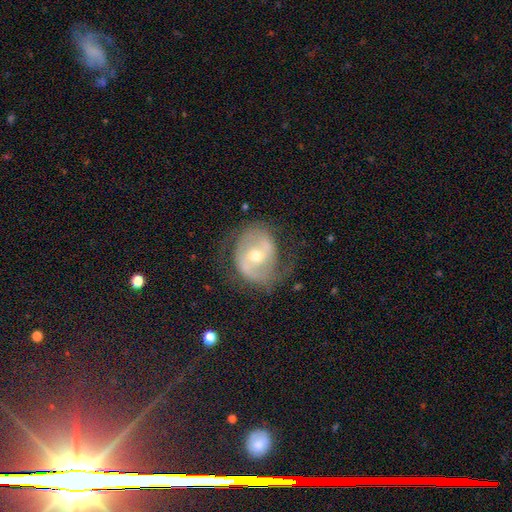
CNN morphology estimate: smooth_or_featured: featured or disk (p=0.76) [alt: smooth p=0.17]
disk_edge_on: no (p=0.96) [alt: yes p=0.04]
bar: weak (p=0.44) [alt: no p=0.31]
has_spiral_arms: yes (p=0.81) [alt: no p=0.19]
spiral_winding: medium (p=0.45) [alt: tight p=0.29]
spiral_arm_count: 2 (p=0.75) [alt: can't tell p=0.13]
bulge_size: moderate (p=0.60) [alt: small p=0.35]
merging: none (p=0.61) [alt: minor disturbance p=0.22]